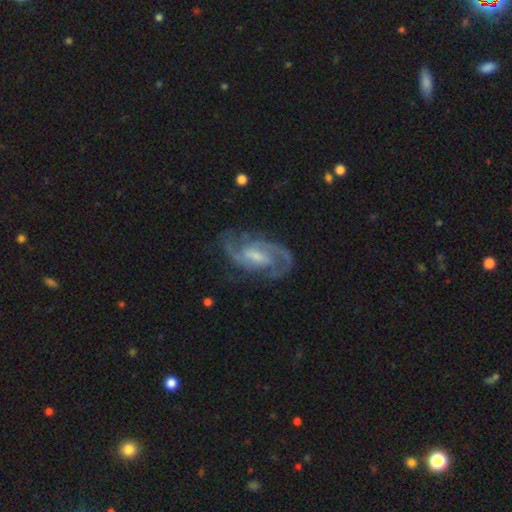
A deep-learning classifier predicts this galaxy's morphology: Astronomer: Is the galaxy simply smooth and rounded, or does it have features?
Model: featured or disk — 90%.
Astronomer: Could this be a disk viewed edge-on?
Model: no — 97%.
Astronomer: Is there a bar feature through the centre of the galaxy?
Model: weak — 53%.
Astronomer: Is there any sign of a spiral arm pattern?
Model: yes — 98%.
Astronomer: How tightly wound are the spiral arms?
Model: medium — 53% (runner-up: tight, 35%).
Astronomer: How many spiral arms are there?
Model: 2 — 78%.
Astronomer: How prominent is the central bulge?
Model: small — 51% (runner-up: moderate, 35%).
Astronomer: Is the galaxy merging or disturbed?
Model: none — 74%.